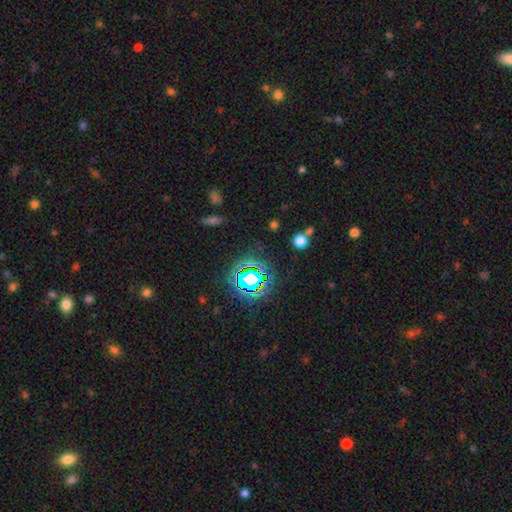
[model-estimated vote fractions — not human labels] Overall: star or artifact (77%).